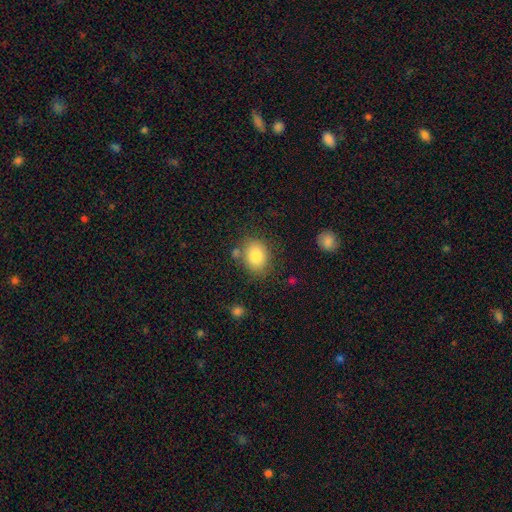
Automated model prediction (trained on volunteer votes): Smooth or featured?
  - smooth: 84% *
  - star or artifact: 8%
  - featured or disk: 8%
How rounded?
  - in between: 58% *
  - round: 41%
  - cigar-shaped: 1%
Merging?
  - none: 73% *
  - minor disturbance: 16%
  - merger: 7%
  - major disturbance: 5%